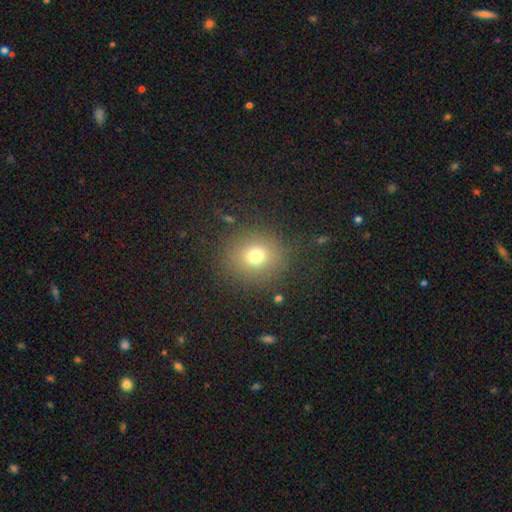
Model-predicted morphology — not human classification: This is likely a smooth galaxy (71%). How rounded: clearly round (85%). Merging: clearly none (84%).